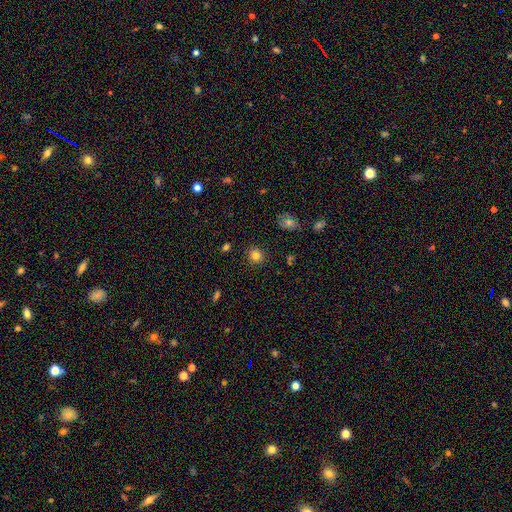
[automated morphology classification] Smooth or featured: smooth — 81% (star or artifact — 12%)
How rounded: round — 85% (in between — 14%)
Merging: none — 89% (minor disturbance — 8%)